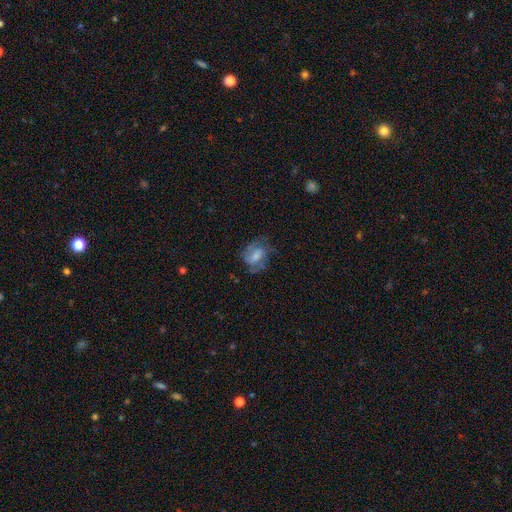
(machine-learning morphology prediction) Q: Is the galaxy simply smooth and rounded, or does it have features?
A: featured or disk — 63%.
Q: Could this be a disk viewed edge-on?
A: no — 97%.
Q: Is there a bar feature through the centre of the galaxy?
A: weak — 48%.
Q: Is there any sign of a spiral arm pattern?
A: yes — 85%.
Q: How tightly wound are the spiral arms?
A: medium — 49%.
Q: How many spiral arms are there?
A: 2 — 57%.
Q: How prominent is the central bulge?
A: moderate — 39%.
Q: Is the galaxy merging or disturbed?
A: none — 58%.